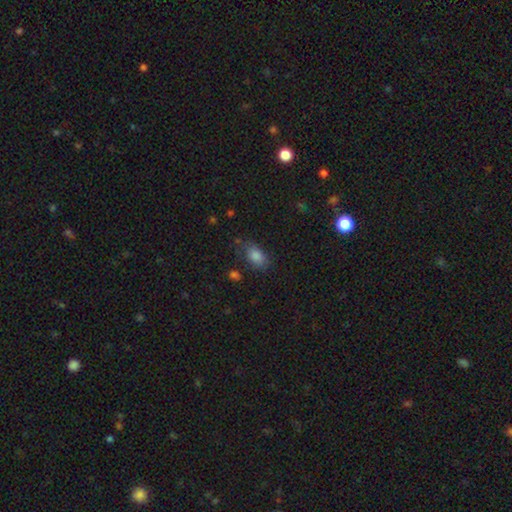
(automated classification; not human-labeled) smooth_or_featured: smooth (p=0.81) [alt: star or artifact p=0.12]
how_rounded: in between (p=0.86) [alt: round p=0.12]
merging: none (p=0.70) [alt: minor disturbance p=0.21]